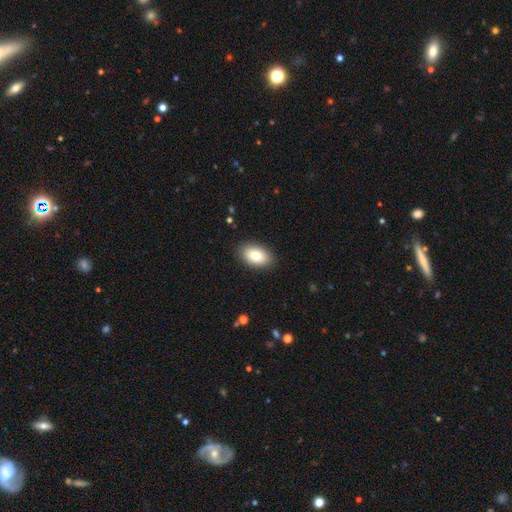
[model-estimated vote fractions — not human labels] Smooth or featured?
  - smooth: 83% *
  - featured or disk: 10%
  - star or artifact: 7%
How rounded?
  - in between: 92% *
  - round: 6%
  - cigar-shaped: 1%
Merging?
  - none: 89% *
  - minor disturbance: 8%
  - major disturbance: 2%
  - merger: 1%